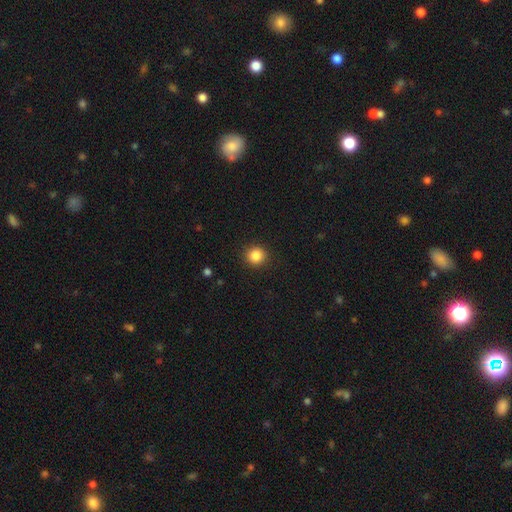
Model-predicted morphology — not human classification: smooth_or_featured: smooth (p=0.86) [alt: star or artifact p=0.10]
how_rounded: round (p=0.91) [alt: in between p=0.08]
merging: none (p=0.91) [alt: minor disturbance p=0.06]